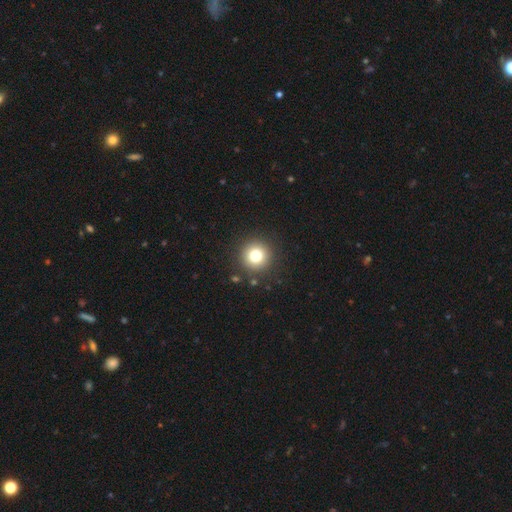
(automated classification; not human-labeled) This is likely a smooth galaxy (79%). How rounded: clearly round (95%). Merging: clearly none (90%).